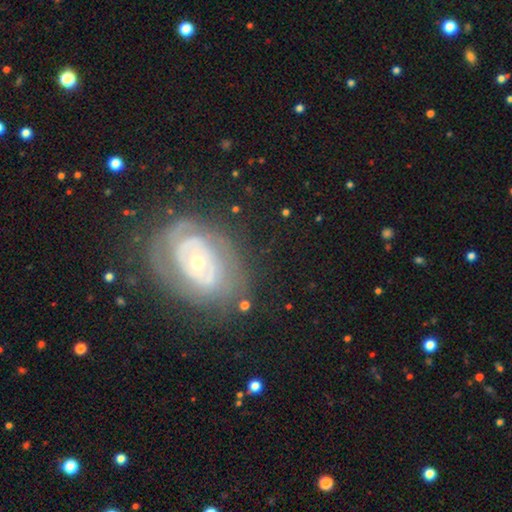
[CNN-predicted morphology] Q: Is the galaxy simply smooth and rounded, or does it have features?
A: featured or disk — 75%.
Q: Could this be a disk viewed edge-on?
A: no — 95%.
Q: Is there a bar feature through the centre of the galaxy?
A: no — 60%.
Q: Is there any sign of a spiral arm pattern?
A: yes — 83%.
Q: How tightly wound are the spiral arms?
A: tight — 75%.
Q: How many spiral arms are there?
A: can't tell — 41%.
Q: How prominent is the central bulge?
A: small — 61%.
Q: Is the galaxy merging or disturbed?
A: none — 77%.